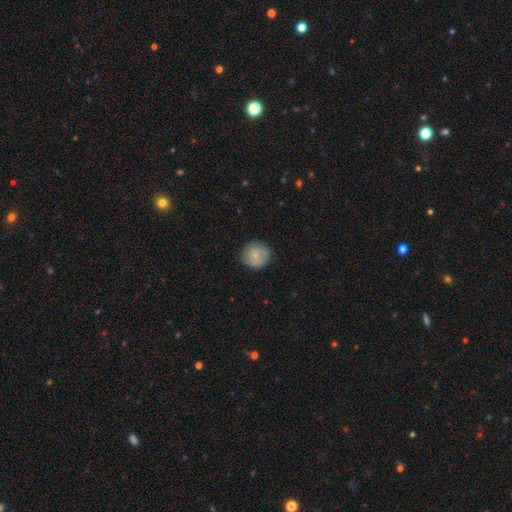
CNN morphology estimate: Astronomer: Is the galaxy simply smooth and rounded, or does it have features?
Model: smooth — 69%.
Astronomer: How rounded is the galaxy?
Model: round — 91%.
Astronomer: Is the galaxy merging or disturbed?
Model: none — 80%.